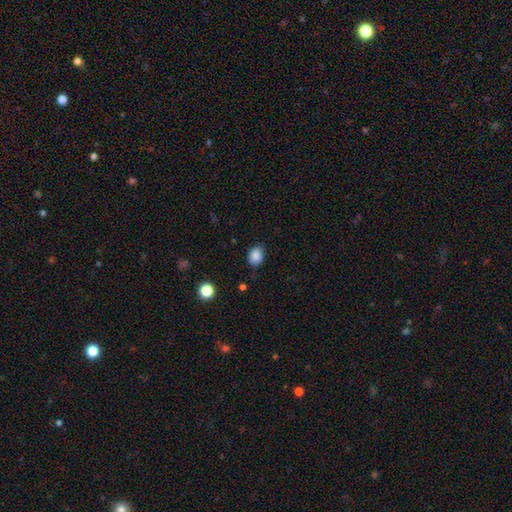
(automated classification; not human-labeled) This appears to be a smooth galaxy with no disk features (86%) that is in between round and cigar-shaped (54%). Merging: none (74%).